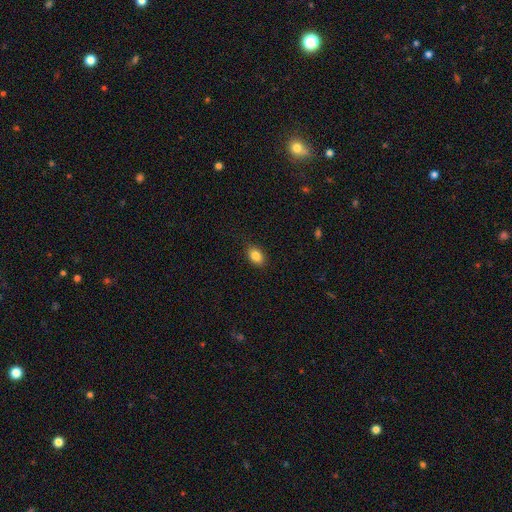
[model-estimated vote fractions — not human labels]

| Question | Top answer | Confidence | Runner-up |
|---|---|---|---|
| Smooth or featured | smooth | 86% | star or artifact (8%) |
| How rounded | in between | 84% | round (15%) |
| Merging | none | 88% | minor disturbance (9%) |